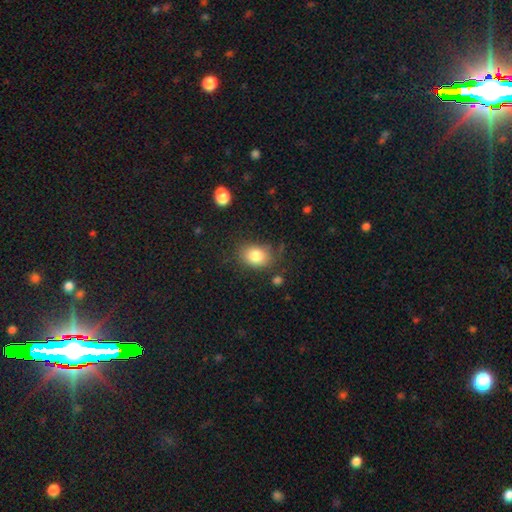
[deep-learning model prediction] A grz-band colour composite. It shows a smooth galaxy with no disk features (82%) that is in between round and cigar-shaped (59%). Merging: none (77%).